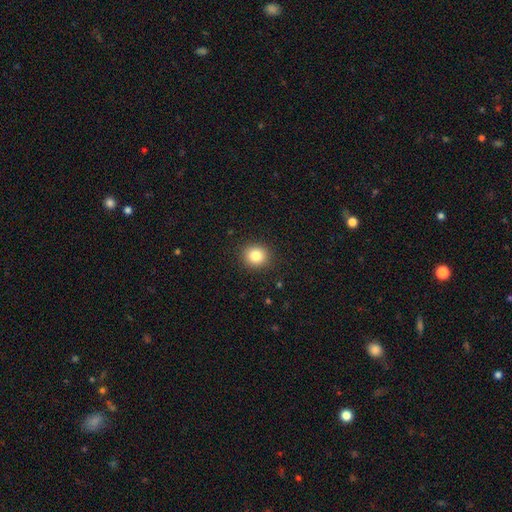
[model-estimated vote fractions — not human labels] smooth-or-featured: smooth: 83% | star or artifact: 11% | featured or disk: 6%
  how-rounded: round: 85% | in between: 14% | cigar-shaped: 1%
  merging: none: 91% | minor disturbance: 6% | major disturbance: 2% | merger: 1%